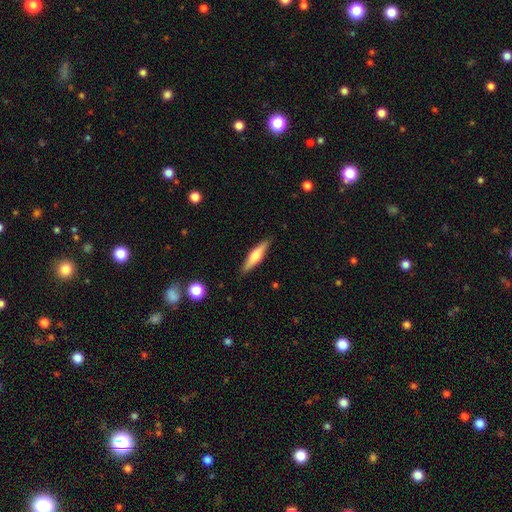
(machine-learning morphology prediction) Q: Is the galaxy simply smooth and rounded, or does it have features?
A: featured or disk — 48%.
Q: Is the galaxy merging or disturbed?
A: none — 89%.